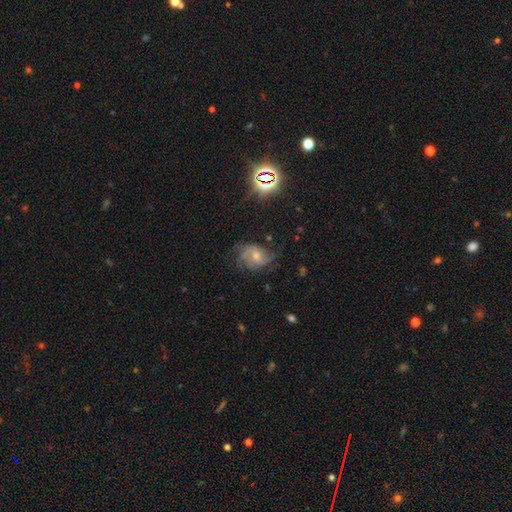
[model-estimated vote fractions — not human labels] Smooth or featured?
  - featured or disk: 65% *
  - smooth: 22%
  - star or artifact: 13%
Edge-on disk?
  - no: 97% *
  - yes: 3%
Bar?
  - no: 61% *
  - weak: 32%
  - strong: 7%
Spiral arms?
  - yes: 88% *
  - no: 12%
Spiral winding?
  - medium: 44% *
  - loose: 30%
  - tight: 26%
Spiral arm count?
  - 2: 35% *
  - can't tell: 25%
  - 3: 24%
  - 1: 6%
  - 4: 6%
  - more than 4: 4%
Bulge size?
  - moderate: 60% *
  - small: 32%
  - large: 5%
  - none: 3%
  - dominant: 1%
Merging?
  - none: 54% *
  - minor disturbance: 25%
  - major disturbance: 19%
  - merger: 2%